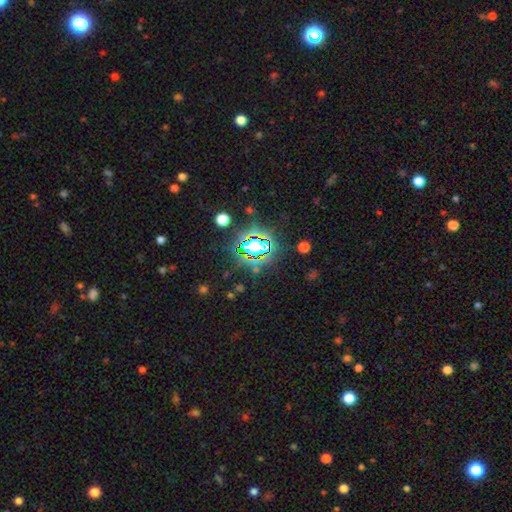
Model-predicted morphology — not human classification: type=star or artifact (79%).